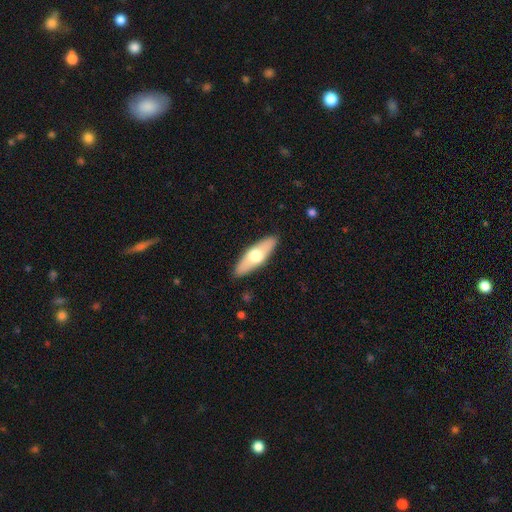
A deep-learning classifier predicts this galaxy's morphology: A smooth galaxy with no disk features (53%) that is in between round and cigar-shaped (51%).

Vote fractions:
- Smooth or featured? smooth: 53% / featured or disk: 42% / star or artifact: 5%
- How rounded? in between: 51% / cigar-shaped: 47% / round: 2%
- Merging? none: 88% / minor disturbance: 9% / major disturbance: 2% / merger: 1%